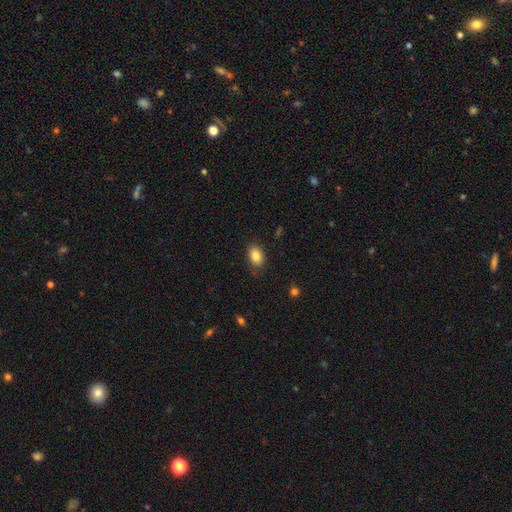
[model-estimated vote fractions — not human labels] Smooth or featured: smooth — 85% (star or artifact — 8%)
How rounded: in between — 85% (round — 14%)
Merging: none — 82% (minor disturbance — 13%)